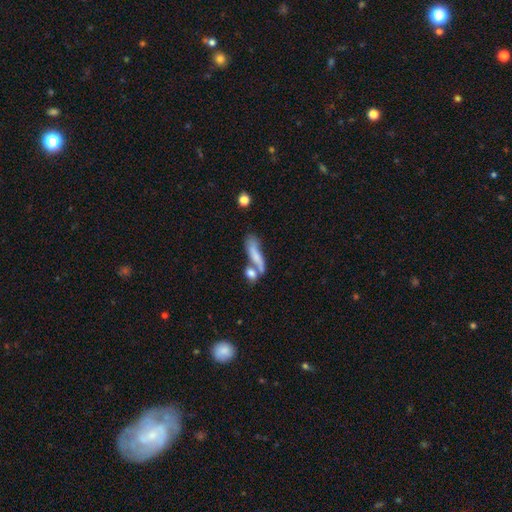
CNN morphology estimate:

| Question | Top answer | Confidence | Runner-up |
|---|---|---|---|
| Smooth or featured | smooth | 63% | featured or disk (28%) |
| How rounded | cigar-shaped | 56% | in between (38%) |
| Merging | merger | 43% | none (28%) |